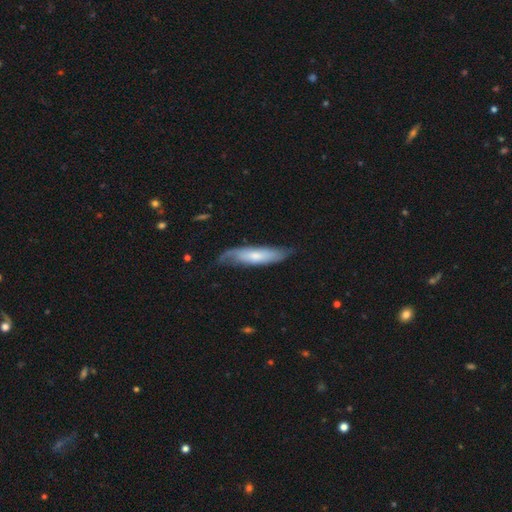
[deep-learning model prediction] Smooth or featured: smooth — 48% (featured or disk — 46%)
Merging: none — 59% (minor disturbance — 28%)